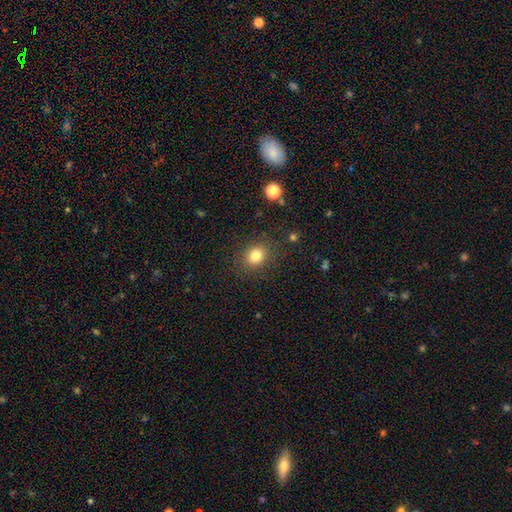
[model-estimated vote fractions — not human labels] Smooth or featured: smooth — 81% (star or artifact — 12%)
How rounded: round — 56% (in between — 43%)
Merging: none — 85% (minor disturbance — 10%)